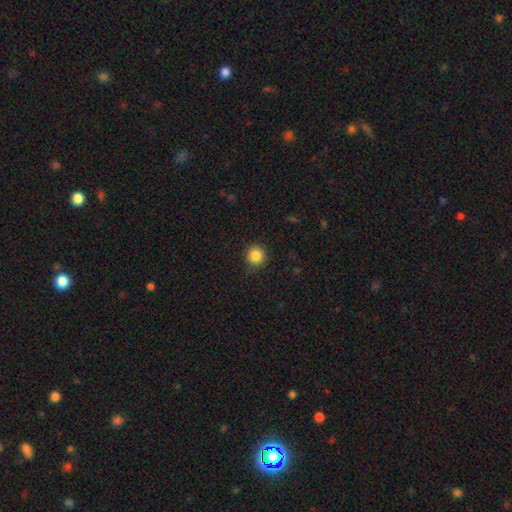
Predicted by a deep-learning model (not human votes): Overall: smooth (85%). How rounded: round (95%). Merging: none (89%).